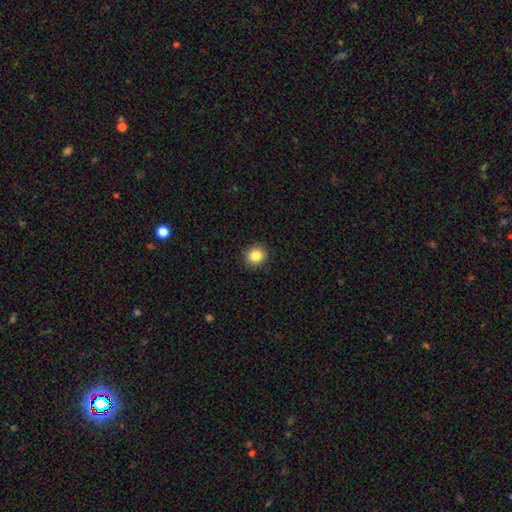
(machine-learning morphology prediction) Overall: smooth (85%). How rounded: round (85%). Merging: none (91%).